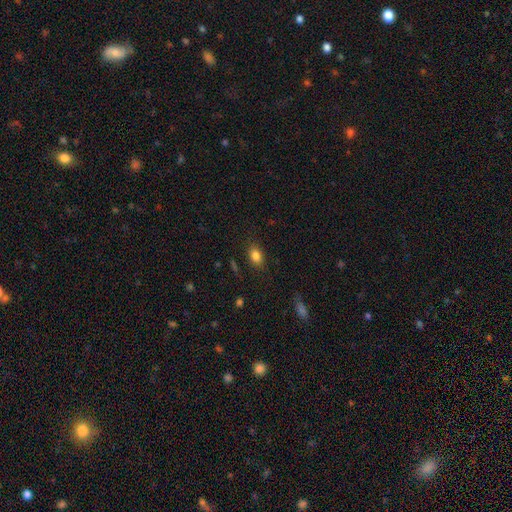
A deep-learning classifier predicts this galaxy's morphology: smooth-or-featured: smooth: 83% | star or artifact: 11% | featured or disk: 6%
  how-rounded: in between: 74% | round: 24% | cigar-shaped: 2%
  merging: none: 83% | minor disturbance: 12% | major disturbance: 3% | merger: 1%